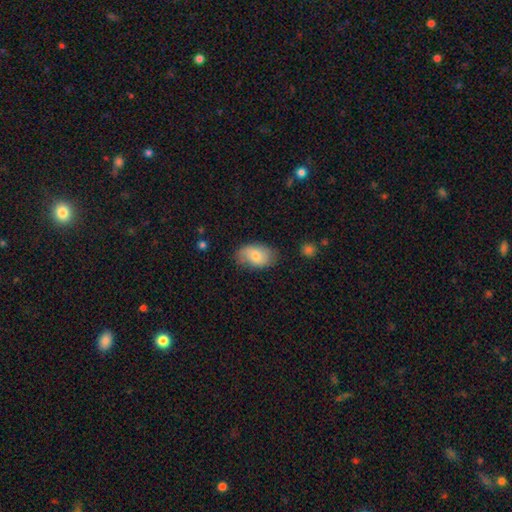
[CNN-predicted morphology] Smooth or featured? Predicted: smooth (p=0.74). How rounded? Predicted: in between (p=0.90). Merging? Predicted: none (p=0.67).